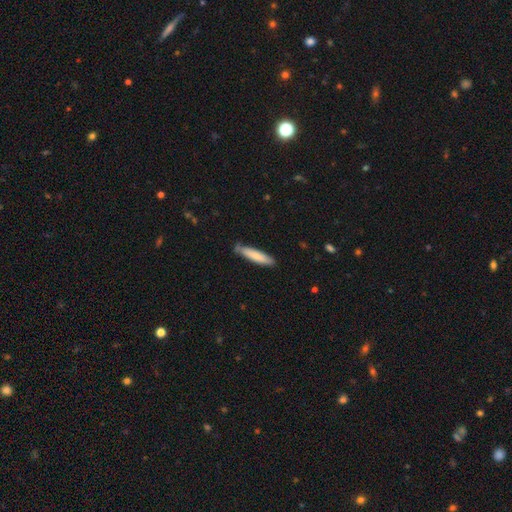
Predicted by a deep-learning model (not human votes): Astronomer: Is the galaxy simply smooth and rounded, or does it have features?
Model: smooth — 78%.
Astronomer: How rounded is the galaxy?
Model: cigar-shaped — 82%.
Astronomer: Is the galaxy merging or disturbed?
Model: none — 76%.